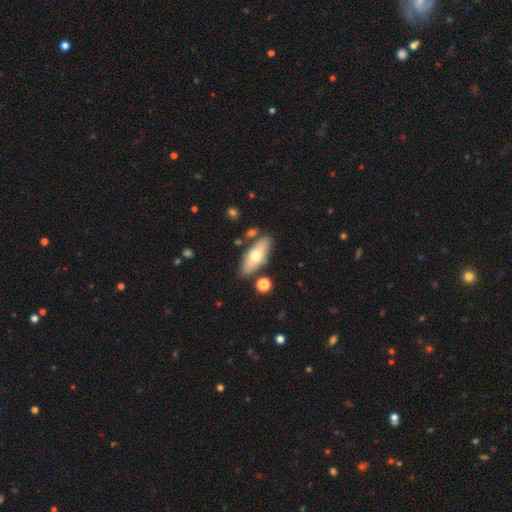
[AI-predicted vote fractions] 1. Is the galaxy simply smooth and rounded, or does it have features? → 63% smooth, 31% featured or disk, 6% star or artifact.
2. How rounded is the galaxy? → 71% in between, 26% cigar-shaped, 3% round.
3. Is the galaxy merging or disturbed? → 80% none, 12% minor disturbance, 6% merger, 3% major disturbance.